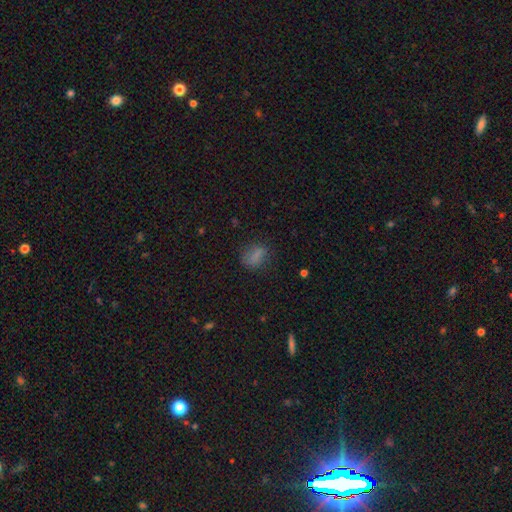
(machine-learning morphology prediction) Smooth or featured? smooth (75%)
How rounded? in between (67%)
Merging? none (68%)